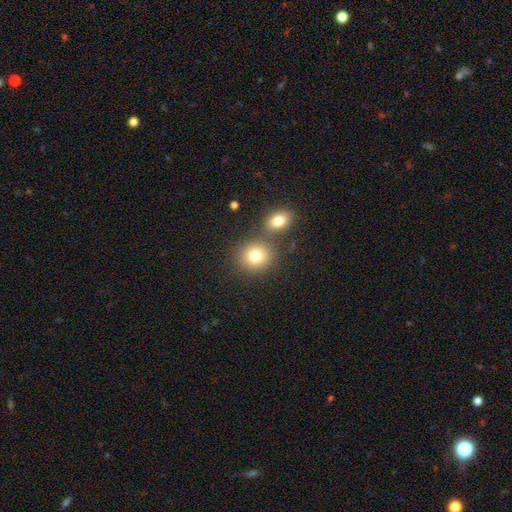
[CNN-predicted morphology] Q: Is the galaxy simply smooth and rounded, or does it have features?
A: smooth — 79%.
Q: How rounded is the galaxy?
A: round — 81%.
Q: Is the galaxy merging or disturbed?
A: none — 64%.